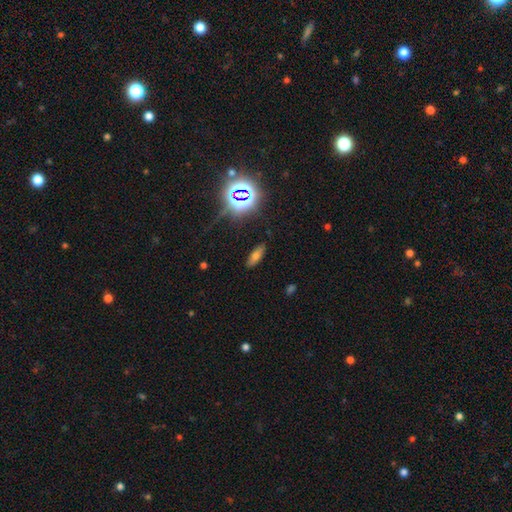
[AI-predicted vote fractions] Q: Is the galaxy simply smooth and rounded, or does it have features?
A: smooth — 56%.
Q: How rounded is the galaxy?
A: in between — 60%.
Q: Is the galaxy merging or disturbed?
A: none — 86%.